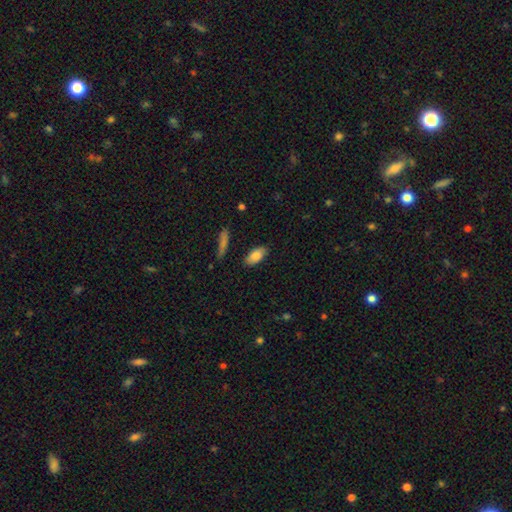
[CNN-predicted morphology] This appears to be a smooth galaxy with no disk features (82%) that is in between round and cigar-shaped (90%). Merging: none (86%).